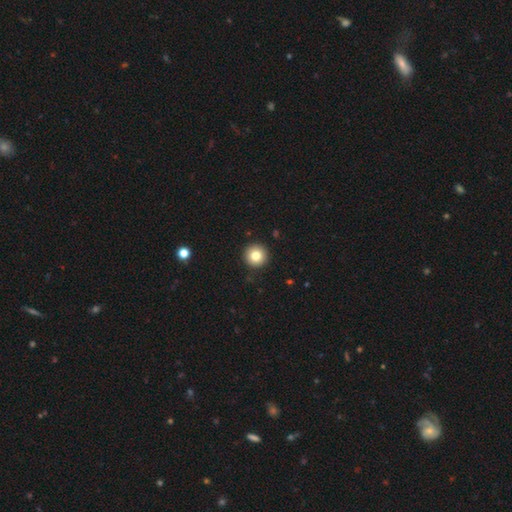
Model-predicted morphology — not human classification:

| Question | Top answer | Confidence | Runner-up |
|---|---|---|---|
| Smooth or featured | smooth | 81% | star or artifact (11%) |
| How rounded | round | 96% | in between (3%) |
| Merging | none | 93% | minor disturbance (4%) |